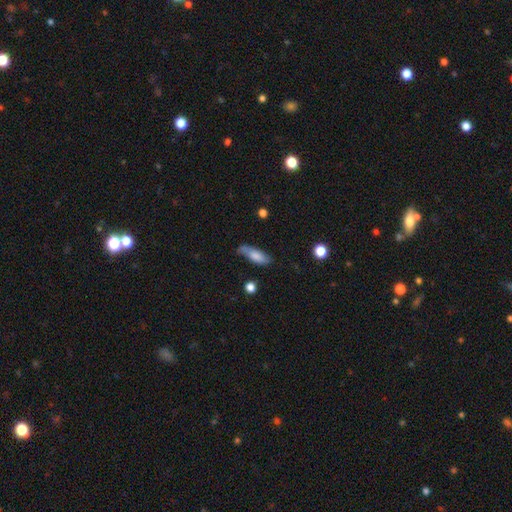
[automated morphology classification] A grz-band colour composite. It shows a smooth galaxy with no disk features (74%) that is in between round and cigar-shaped (63%). Merging: none (59%).